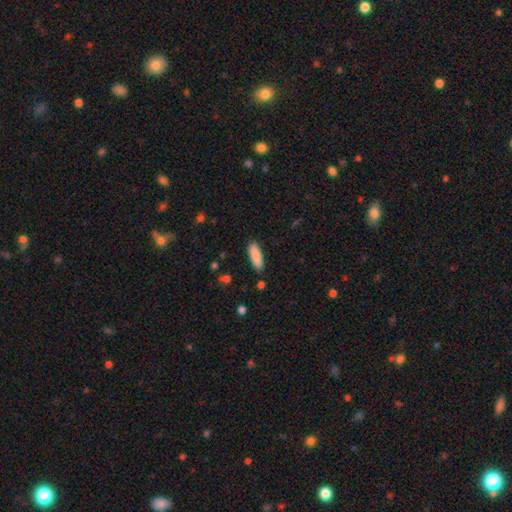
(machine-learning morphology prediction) A smooth galaxy with no disk features (88%) that is in between round and cigar-shaped (55%). Merging: none (87%).